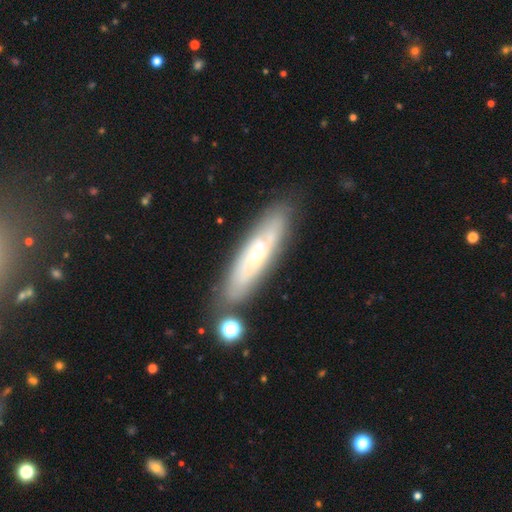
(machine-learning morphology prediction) This appears to be a featured or disk galaxy (67%). Merging: none (76%).